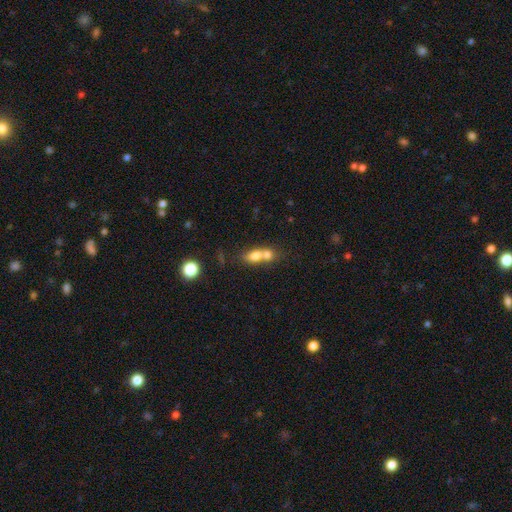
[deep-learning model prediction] Smooth or featured? smooth (72%)
How rounded? in between (65%)
Merging? merger (66%)